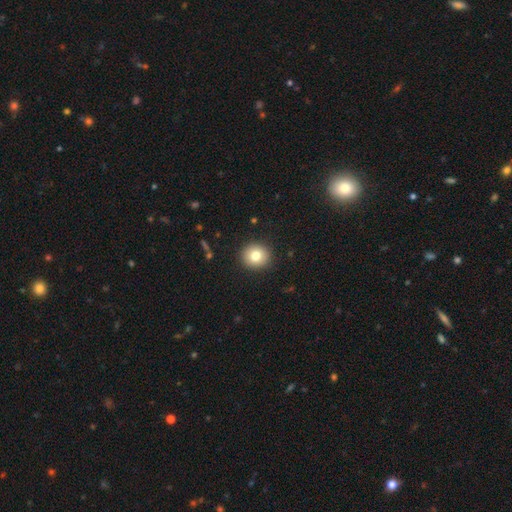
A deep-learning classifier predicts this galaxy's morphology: A smooth galaxy with no disk features (79%) that is round (87%).

Vote fractions:
- Smooth or featured? smooth: 79% / featured or disk: 11% / star or artifact: 10%
- How rounded? round: 87% / in between: 12% / cigar-shaped: 1%
- Merging? none: 91% / minor disturbance: 6% / major disturbance: 2% / merger: 1%